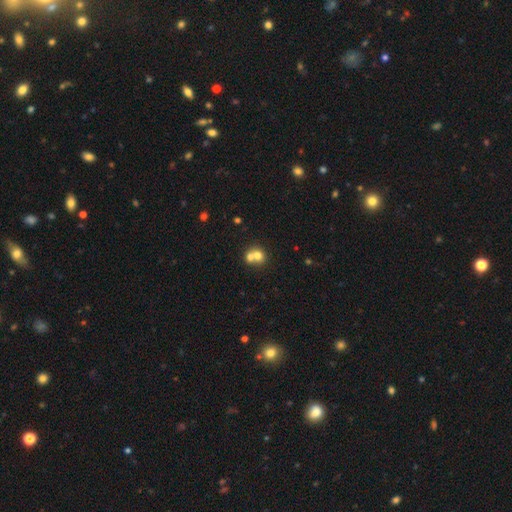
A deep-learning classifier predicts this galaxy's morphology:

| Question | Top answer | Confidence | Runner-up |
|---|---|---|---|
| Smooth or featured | smooth | 69% | featured or disk (19%) |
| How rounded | round | 78% | in between (22%) |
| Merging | merger | 62% | none (31%) |